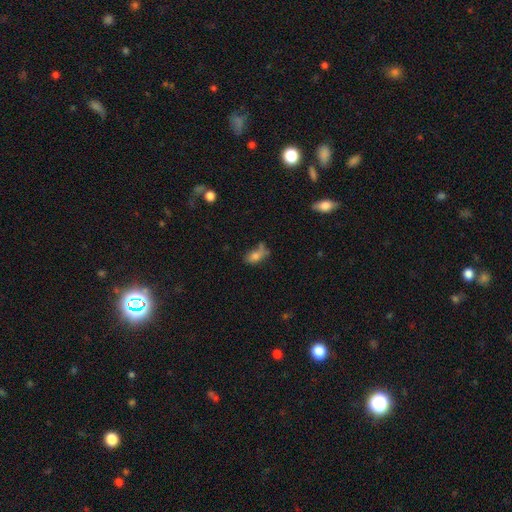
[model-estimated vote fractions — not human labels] smooth_or_featured: smooth (p=0.73) [alt: featured or disk p=0.16]
how_rounded: in between (p=0.84) [alt: round p=0.10]
merging: none (p=0.41) [alt: minor disturbance p=0.27]